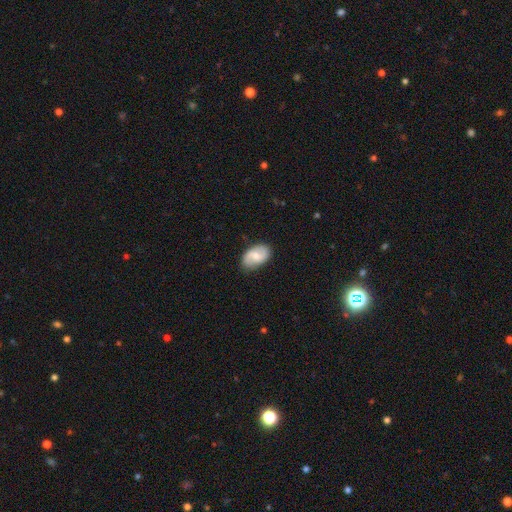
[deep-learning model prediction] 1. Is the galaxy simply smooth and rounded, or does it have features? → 47% featured or disk, 46% smooth, 7% star or artifact.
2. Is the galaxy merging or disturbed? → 81% none, 15% minor disturbance, 3% major disturbance, 1% merger.